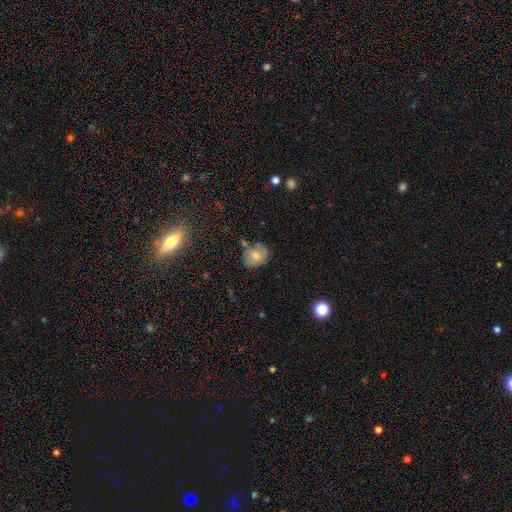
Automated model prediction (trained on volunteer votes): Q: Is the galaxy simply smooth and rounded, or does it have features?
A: smooth — 56%.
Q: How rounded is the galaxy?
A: round — 56%.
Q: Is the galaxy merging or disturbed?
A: none — 58%.